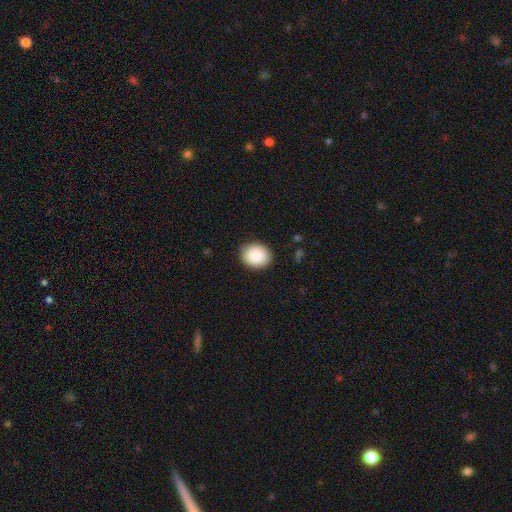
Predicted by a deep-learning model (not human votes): smooth-or-featured: smooth: 90% | star or artifact: 7% | featured or disk: 4%
  how-rounded: round: 55% | in between: 45% | cigar-shaped: 1%
  merging: none: 87% | minor disturbance: 9% | major disturbance: 2% | merger: 1%